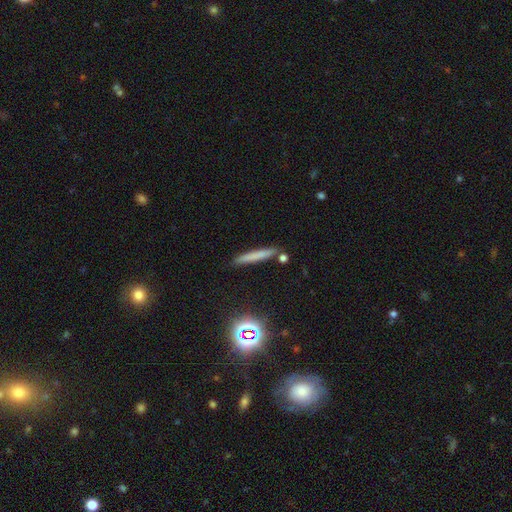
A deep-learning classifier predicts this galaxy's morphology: Smooth or featured?
  - smooth: 67% *
  - featured or disk: 21%
  - star or artifact: 12%
How rounded?
  - cigar-shaped: 94% *
  - in between: 4%
  - round: 2%
Merging?
  - none: 84% *
  - minor disturbance: 9%
  - merger: 5%
  - major disturbance: 2%